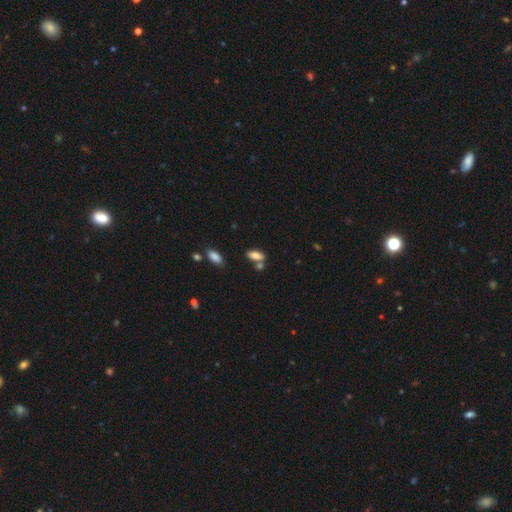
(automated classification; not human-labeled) This is clearly a smooth galaxy (81%). How rounded: clearly in between (84%). Merging: possibly none (59%).